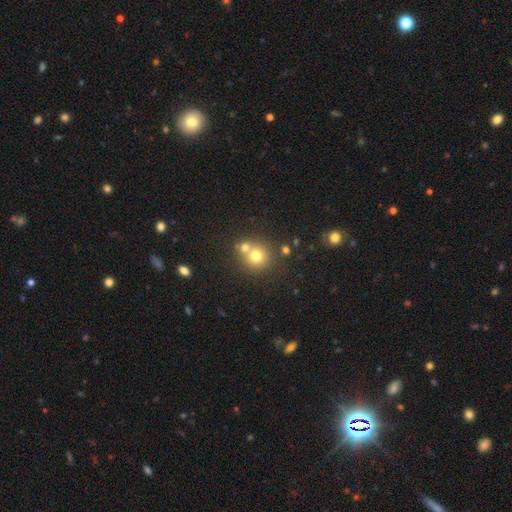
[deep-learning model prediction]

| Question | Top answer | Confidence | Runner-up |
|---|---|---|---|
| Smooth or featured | smooth | 72% | star or artifact (15%) |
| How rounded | round | 89% | in between (10%) |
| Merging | none | 56% | merger (34%) |